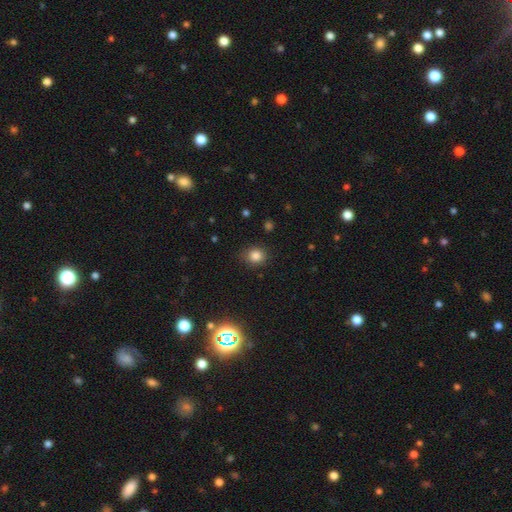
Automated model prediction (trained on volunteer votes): Morphology: type=smooth (83%); roundness=round (80%); merging=none (85%).